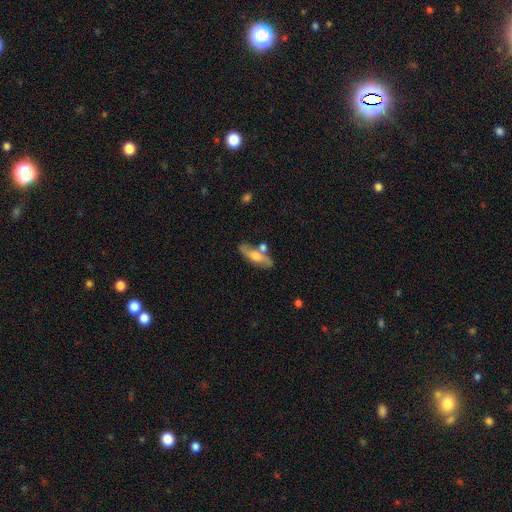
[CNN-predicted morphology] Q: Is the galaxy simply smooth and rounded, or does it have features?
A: smooth — 48%.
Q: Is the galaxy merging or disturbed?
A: none — 65%.